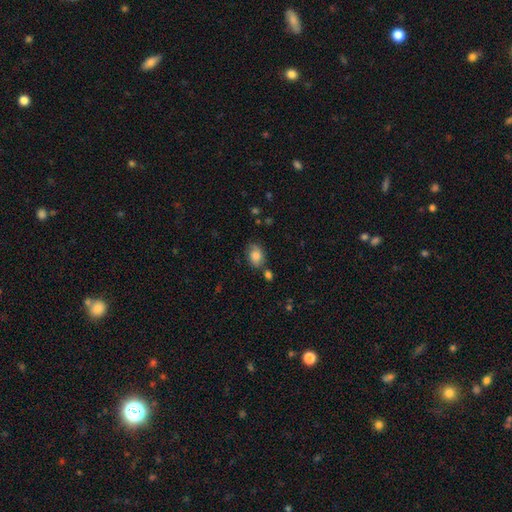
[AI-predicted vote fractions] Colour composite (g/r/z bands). It shows a smooth galaxy with no disk features (76%) that is in between round and cigar-shaped (76%). Merging: none (61%).